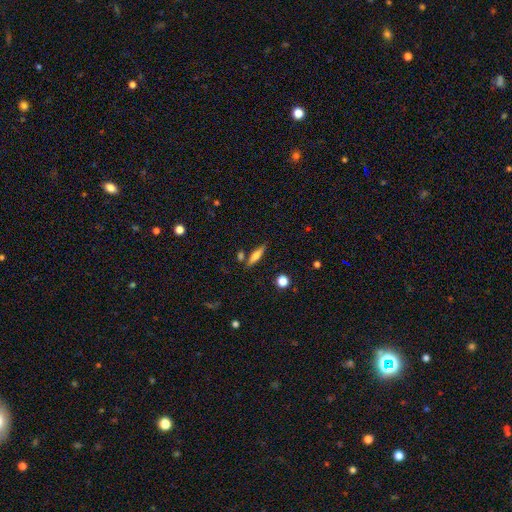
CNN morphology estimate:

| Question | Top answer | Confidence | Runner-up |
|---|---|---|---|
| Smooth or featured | smooth | 50% | featured or disk (42%) |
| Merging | none | 78% | minor disturbance (12%) |